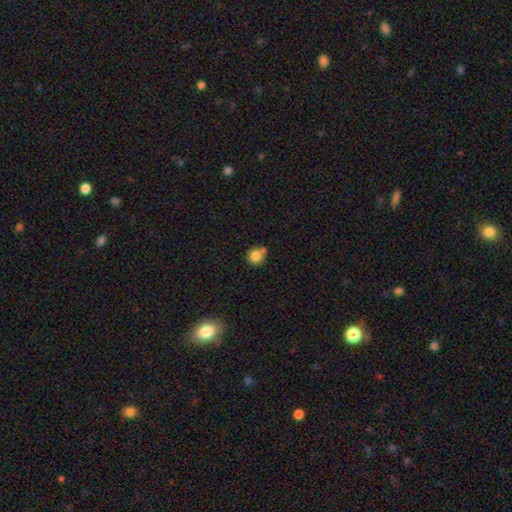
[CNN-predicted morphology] smooth-or-featured: smooth: 82% | star or artifact: 10% | featured or disk: 7%
  how-rounded: round: 88% | in between: 11% | cigar-shaped: 1%
  merging: none: 58% | merger: 22% | minor disturbance: 16% | major disturbance: 4%